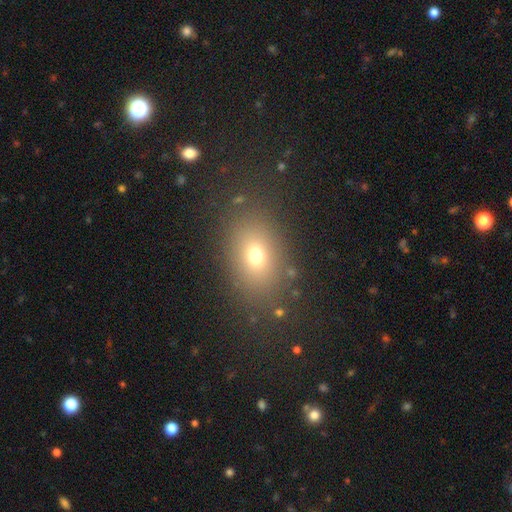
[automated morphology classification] type=smooth (70%); roundness=in between (72%); merging=none (83%).